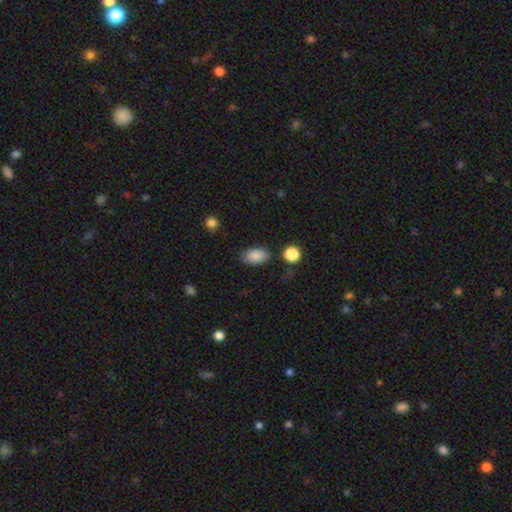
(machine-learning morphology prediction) Q: Smooth or featured?
A: smooth (87%); runner-up: star or artifact (8%)
Q: How rounded?
A: in between (91%); runner-up: round (7%)
Q: Merging?
A: none (83%); runner-up: minor disturbance (12%)